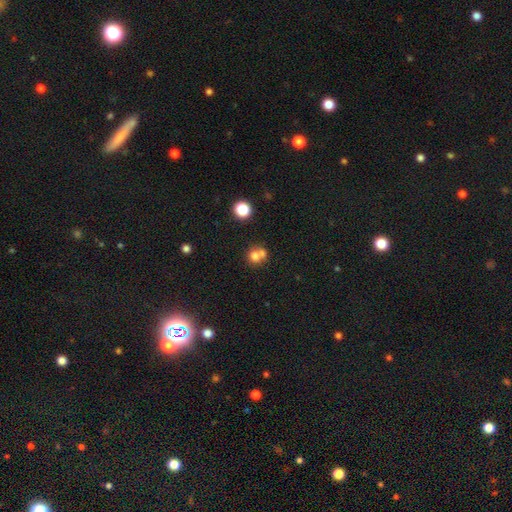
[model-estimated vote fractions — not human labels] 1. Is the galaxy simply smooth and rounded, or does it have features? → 72% smooth, 14% featured or disk, 14% star or artifact.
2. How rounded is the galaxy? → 84% round, 16% in between, 1% cigar-shaped.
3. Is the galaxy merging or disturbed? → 48% merger, 42% none, 7% minor disturbance, 3% major disturbance.